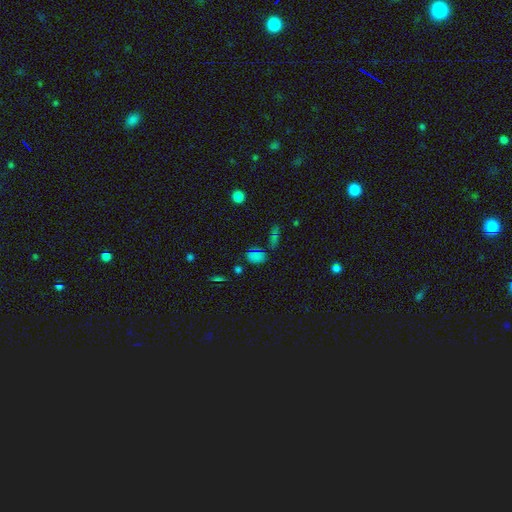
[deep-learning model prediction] Smooth or featured?
  - smooth: 64% *
  - star or artifact: 28%
  - featured or disk: 9%
How rounded?
  - in between: 74% *
  - round: 22%
  - cigar-shaped: 4%
Merging?
  - none: 62% *
  - minor disturbance: 18%
  - merger: 13%
  - major disturbance: 7%